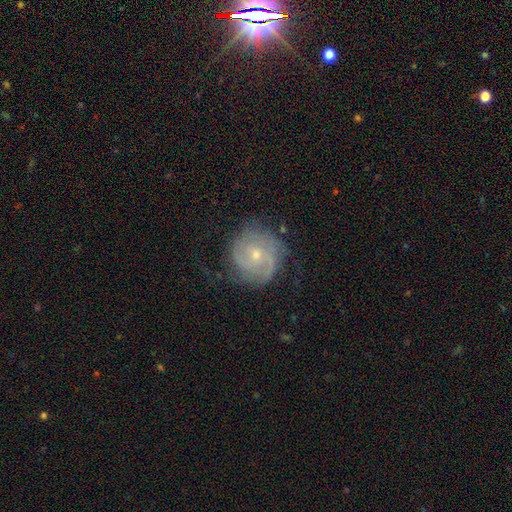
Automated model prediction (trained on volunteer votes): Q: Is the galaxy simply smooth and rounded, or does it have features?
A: featured or disk — 76%.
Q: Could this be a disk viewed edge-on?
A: no — 97%.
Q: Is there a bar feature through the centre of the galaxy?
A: no — 68%.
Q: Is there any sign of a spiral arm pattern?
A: yes — 90%.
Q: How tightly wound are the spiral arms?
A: tight — 54%.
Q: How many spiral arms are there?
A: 2 — 40%.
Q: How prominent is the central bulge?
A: small — 62%.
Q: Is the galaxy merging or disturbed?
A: none — 66%.